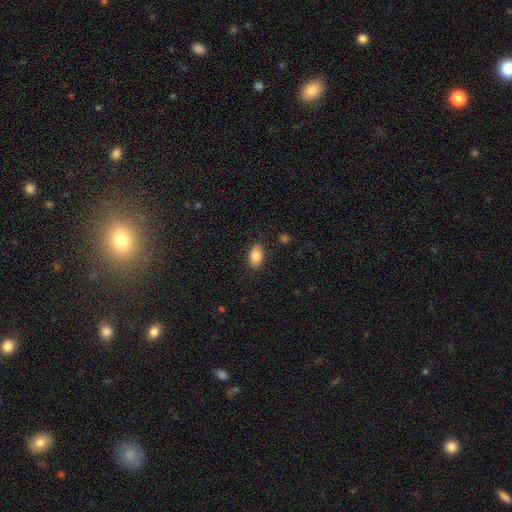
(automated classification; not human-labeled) A smooth galaxy with no disk features (82%) that is in between round and cigar-shaped (91%).

Vote fractions:
- Smooth or featured? smooth: 82% / featured or disk: 10% / star or artifact: 7%
- How rounded? in between: 91% / round: 7% / cigar-shaped: 2%
- Merging? none: 85% / minor disturbance: 11% / major disturbance: 2% / merger: 1%